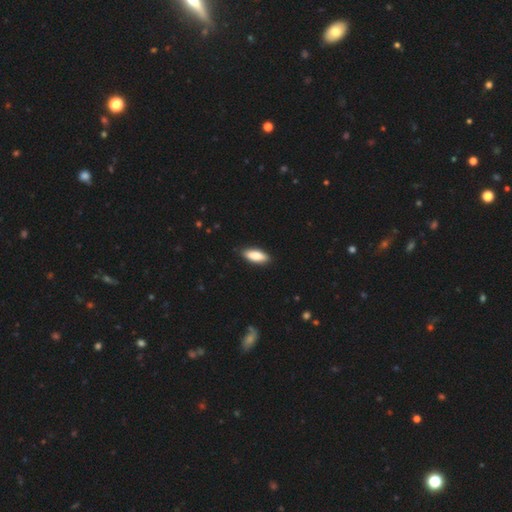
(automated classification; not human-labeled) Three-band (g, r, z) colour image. It shows a smooth galaxy with no disk features (84%) that is in between round and cigar-shaped (74%). Merging: none (88%).